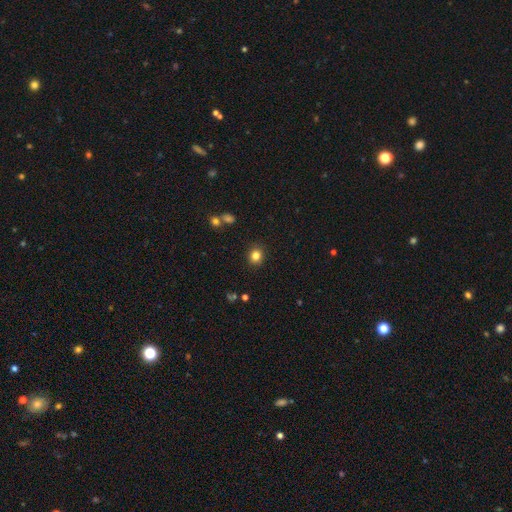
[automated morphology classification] The model was most divided on "how rounded": round: 80%, in between: 19%, cigar-shaped: 1%. More confident: merging — none (89%); smooth or featured — smooth (82%).